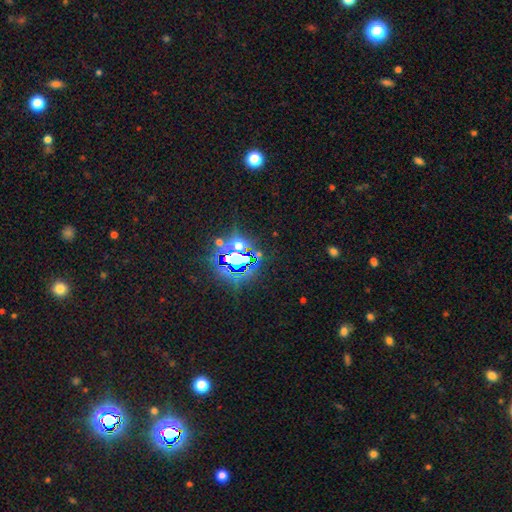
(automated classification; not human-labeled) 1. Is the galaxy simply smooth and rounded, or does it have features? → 80% star or artifact, 11% smooth, 9% featured or disk.